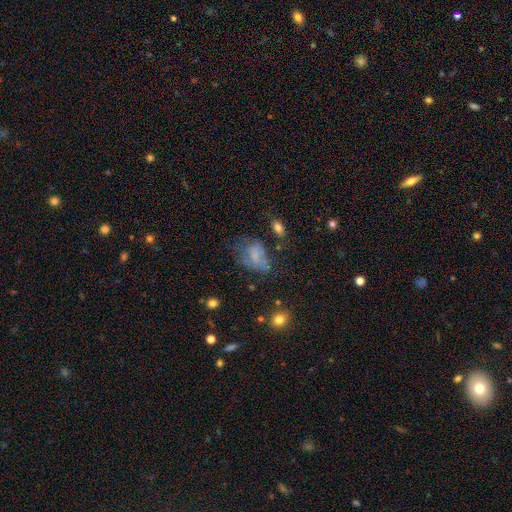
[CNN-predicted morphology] type=smooth (55%); roundness=in between (78%); merging=major disturbance (33%, tied with none).